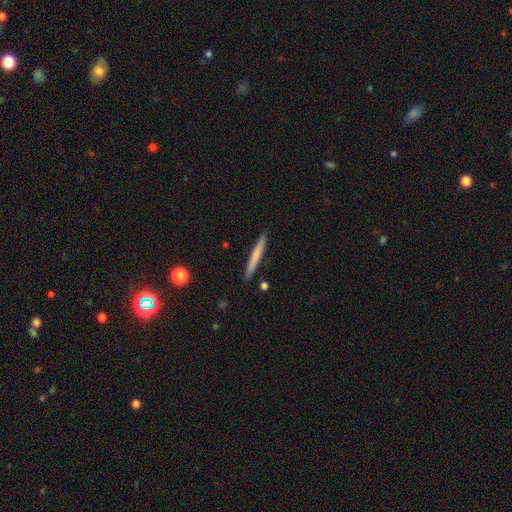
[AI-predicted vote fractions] Morphology: type=smooth (67%); roundness=cigar-shaped (96%); merging=none (90%).